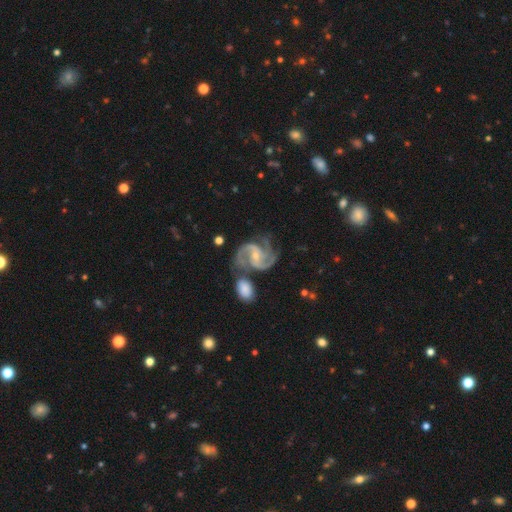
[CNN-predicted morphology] smooth_or_featured: featured or disk (p=0.92) [alt: star or artifact p=0.04]
disk_edge_on: no (p=0.98) [alt: yes p=0.02]
bar: no (p=0.42) [alt: weak p=0.40]
has_spiral_arms: yes (p=0.98) [alt: no p=0.02]
spiral_winding: medium (p=0.59) [alt: tight p=0.22]
spiral_arm_count: 2 (p=0.48) [alt: 3 p=0.34]
bulge_size: small (p=0.68) [alt: moderate p=0.28]
merging: none (p=0.54) [alt: minor disturbance p=0.19]